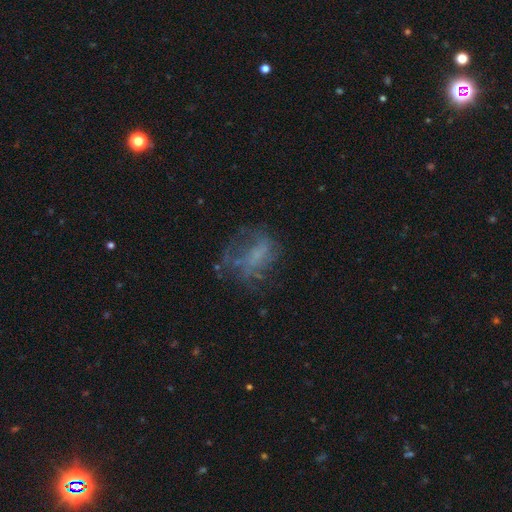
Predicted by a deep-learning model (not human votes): A featured or disk galaxy (49%). Merging: none (46%).